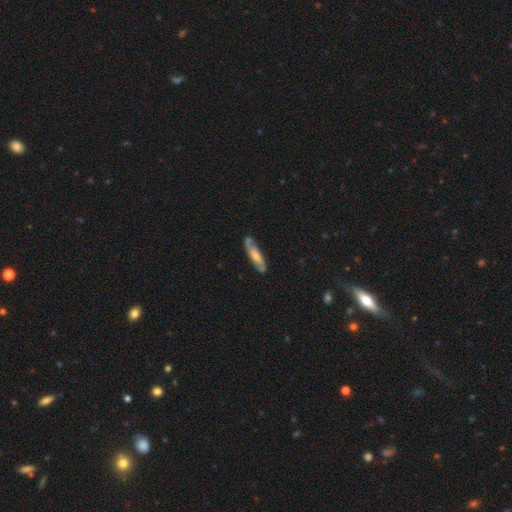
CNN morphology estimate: Smooth or featured? Predicted: featured or disk (p=0.54). Edge-on disk? Predicted: no (p=0.69). Merging? Predicted: none (p=0.74).